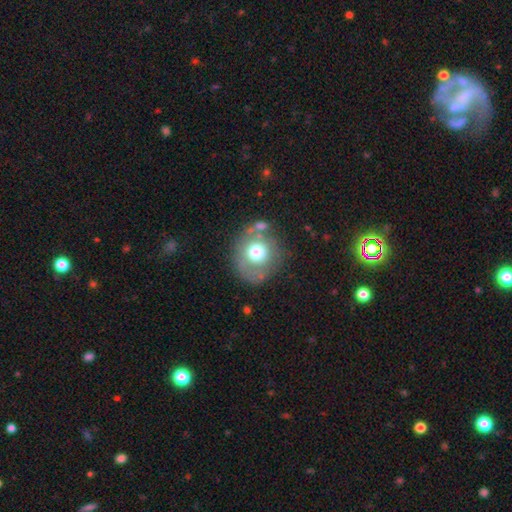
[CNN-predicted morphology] Smooth or featured?
  - smooth: 64% *
  - featured or disk: 25%
  - star or artifact: 10%
How rounded?
  - round: 87% *
  - in between: 12%
  - cigar-shaped: 1%
Merging?
  - none: 65% *
  - minor disturbance: 17%
  - merger: 9%
  - major disturbance: 9%